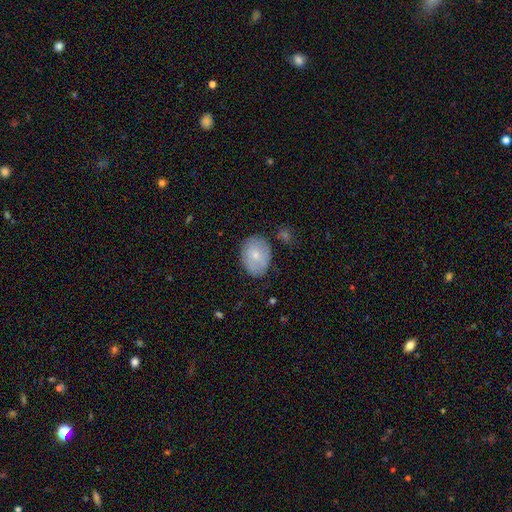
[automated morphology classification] The model was most divided on "smooth or featured": smooth: 66%, featured or disk: 27%, star or artifact: 7%. More confident: merging — none (73%); how rounded — in between (71%).